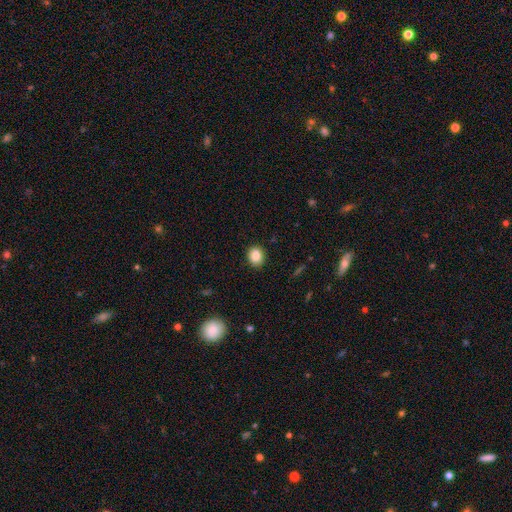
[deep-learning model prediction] A smooth galaxy with no disk features (87%) that is round (58%).

Vote fractions:
- Smooth or featured? smooth: 87% / star or artifact: 9% / featured or disk: 4%
- How rounded? round: 58% / in between: 41% / cigar-shaped: 1%
- Merging? none: 90% / minor disturbance: 7% / major disturbance: 2% / merger: 1%